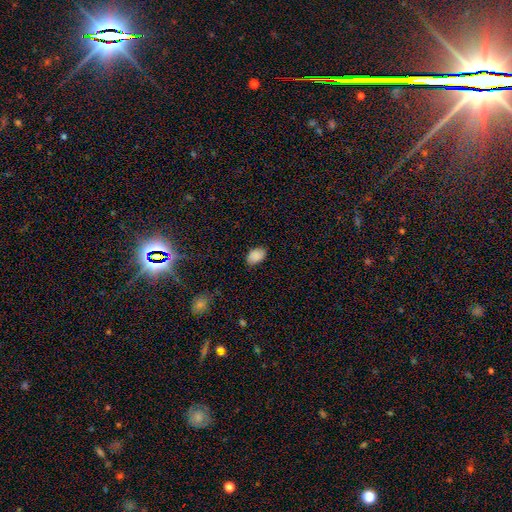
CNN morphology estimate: Smooth or featured? Predicted: smooth (p=0.88). How rounded? Predicted: in between (p=0.89). Merging? Predicted: none (p=0.82).